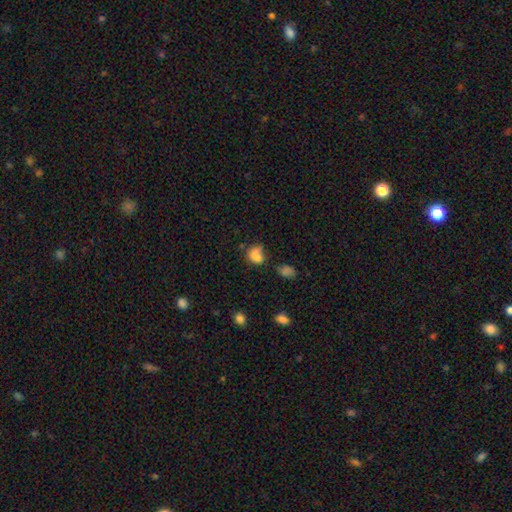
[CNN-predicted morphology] A smooth galaxy with no disk features (74%) that is in between round and cigar-shaped (59%).

Vote fractions:
- Smooth or featured? smooth: 74% / star or artifact: 13% / featured or disk: 12%
- How rounded? in between: 59% / round: 40% / cigar-shaped: 2%
- Merging? none: 31% (tied) / merger: 31% (tied) / minor disturbance: 21% / major disturbance: 16%